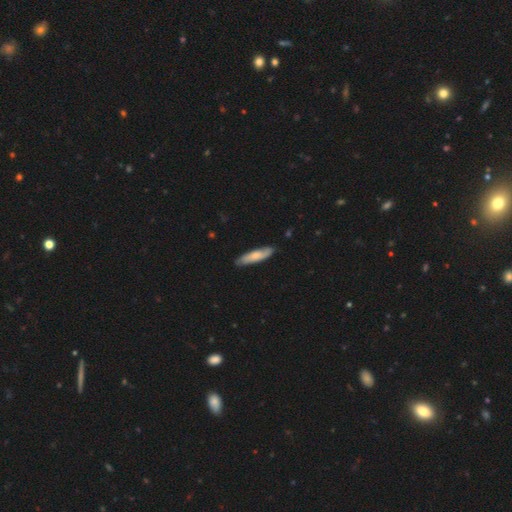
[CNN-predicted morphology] Overall: smooth (66%; featured or disk 29%). How rounded: cigar-shaped (75%). Merging: none (85%).